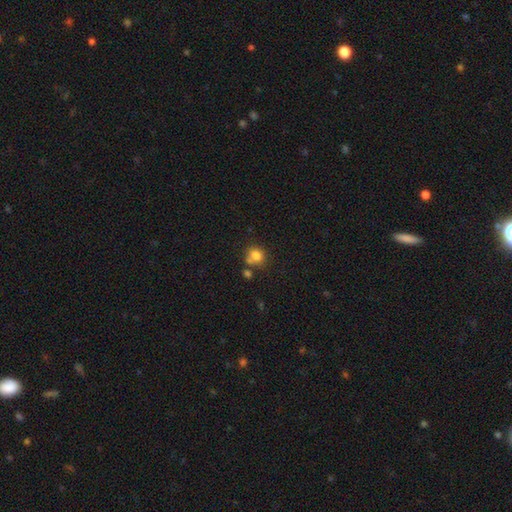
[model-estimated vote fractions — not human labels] A smooth galaxy with no disk features (80%) that is round (77%).

Vote fractions:
- Smooth or featured? smooth: 80% / star or artifact: 12% / featured or disk: 8%
- How rounded? round: 77% / in between: 22% / cigar-shaped: 1%
- Merging? none: 57% / merger: 25% / minor disturbance: 14% / major disturbance: 5%